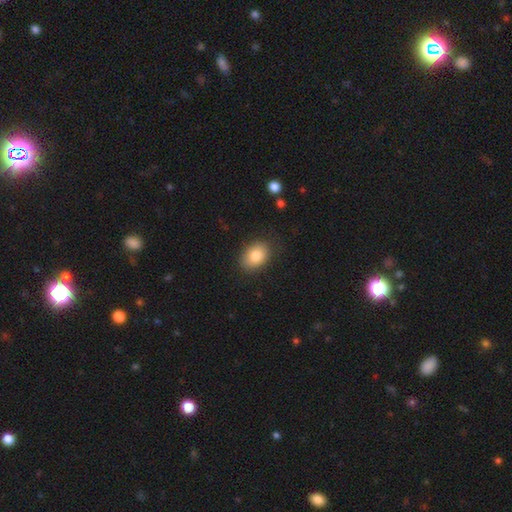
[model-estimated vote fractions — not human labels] This appears to be a smooth galaxy with no disk features (83%) that is in between round and cigar-shaped (75%). Merging: none (84%).